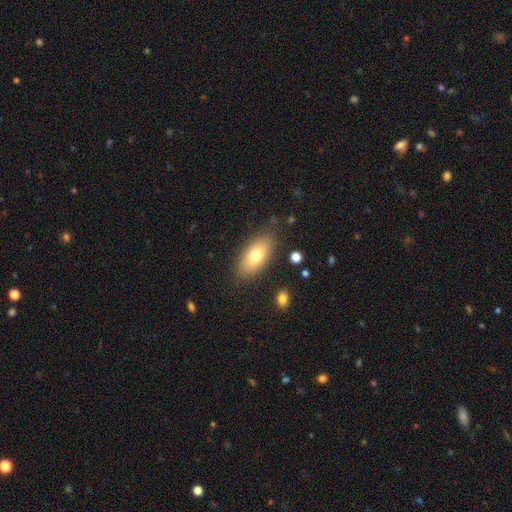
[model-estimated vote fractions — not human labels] Smooth or featured?
  - smooth: 75% *
  - featured or disk: 18%
  - star or artifact: 8%
How rounded?
  - in between: 89% *
  - cigar-shaped: 7%
  - round: 4%
Merging?
  - none: 83% *
  - minor disturbance: 12%
  - major disturbance: 3%
  - merger: 2%